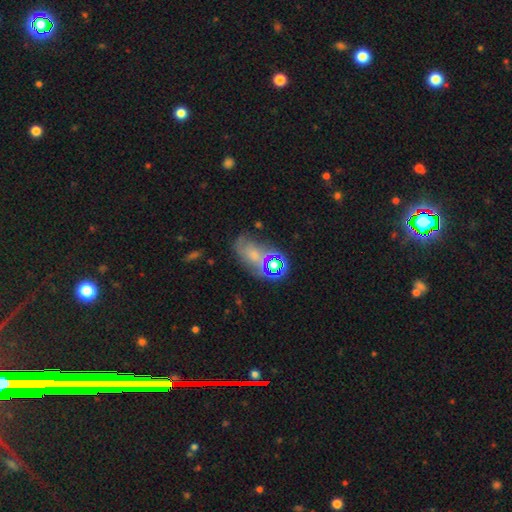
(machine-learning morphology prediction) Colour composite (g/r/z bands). It shows a featured or disk galaxy (37%). Merging: none (52%).